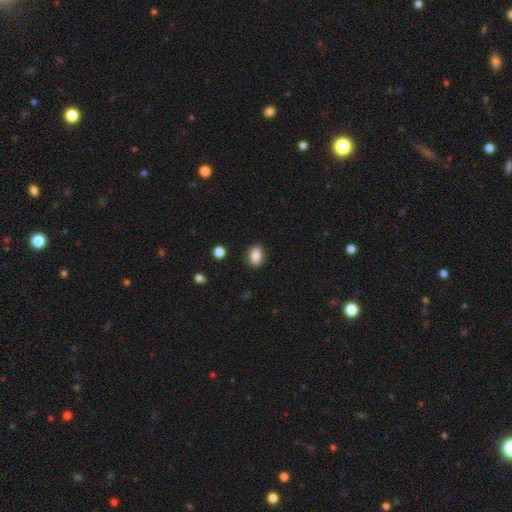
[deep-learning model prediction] Q: Smooth or featured?
A: smooth (84%); runner-up: star or artifact (9%)
Q: How rounded?
A: in between (82%); runner-up: round (15%)
Q: Merging?
A: none (86%); runner-up: minor disturbance (10%)